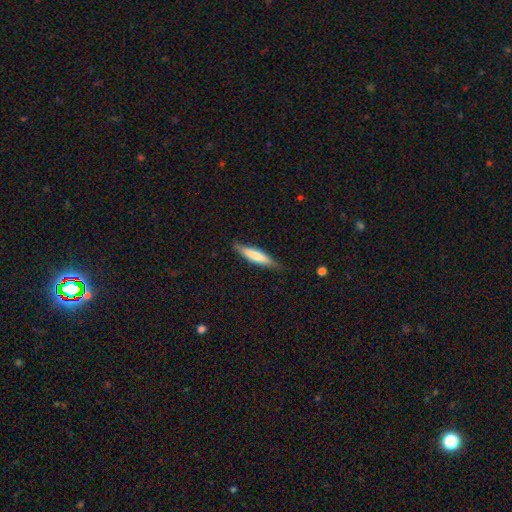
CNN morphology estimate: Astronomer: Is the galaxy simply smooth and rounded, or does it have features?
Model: smooth — 67%.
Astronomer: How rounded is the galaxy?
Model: cigar-shaped — 82%.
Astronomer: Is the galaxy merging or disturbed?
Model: none — 82%.